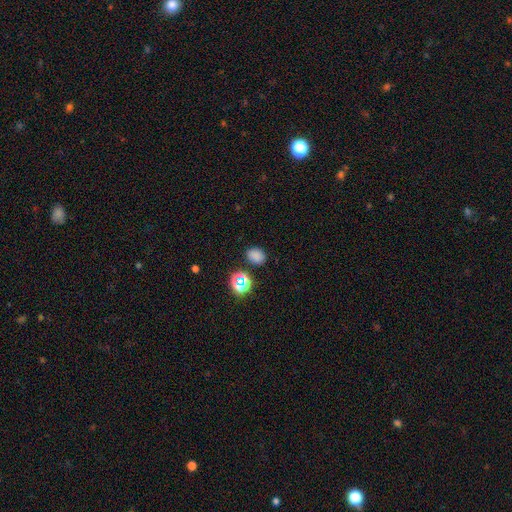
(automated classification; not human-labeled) Q: Smooth or featured?
A: smooth (76%); runner-up: star or artifact (19%)
Q: How rounded?
A: in between (56%); runner-up: round (43%)
Q: Merging?
A: none (82%); runner-up: minor disturbance (11%)